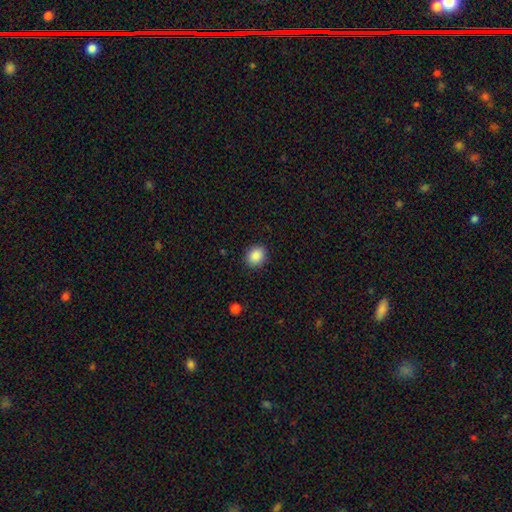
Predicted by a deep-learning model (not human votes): smooth_or_featured: smooth (p=0.88) [alt: star or artifact p=0.09]
how_rounded: round (p=0.70) [alt: in between p=0.29]
merging: none (p=0.89) [alt: minor disturbance p=0.08]